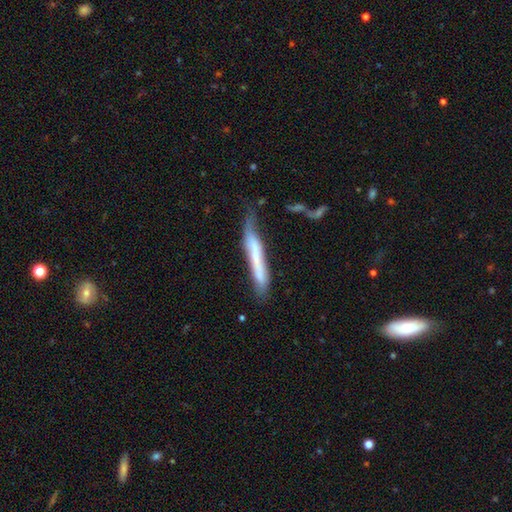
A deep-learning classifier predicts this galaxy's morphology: Smooth or featured? smooth (54%)
How rounded? cigar-shaped (93%)
Merging? none (44%)